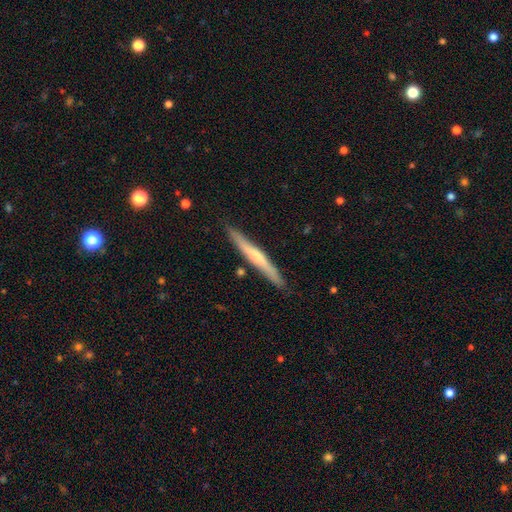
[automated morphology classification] A smooth galaxy with no disk features (49%).

Vote fractions:
- Smooth or featured? smooth: 49% / featured or disk: 46% / star or artifact: 5%
- Merging? none: 87% / minor disturbance: 9% / merger: 2% / major disturbance: 2%